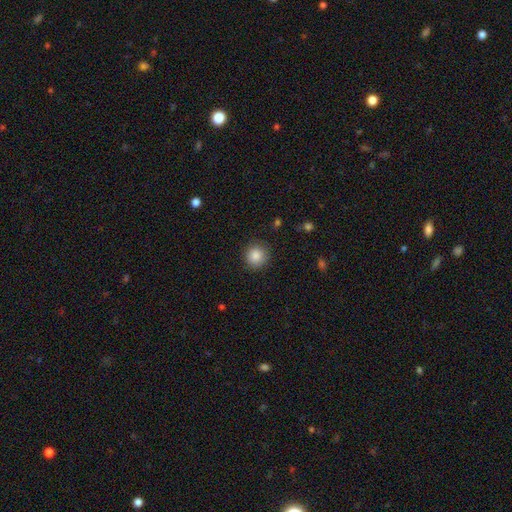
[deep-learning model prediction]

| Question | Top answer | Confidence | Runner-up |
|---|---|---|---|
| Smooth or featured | smooth | 87% | star or artifact (9%) |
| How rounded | round | 91% | in between (8%) |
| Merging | none | 88% | minor disturbance (9%) |